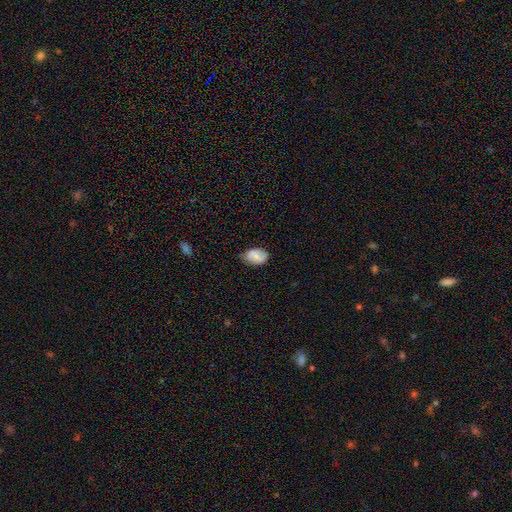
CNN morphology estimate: A smooth galaxy with no disk features (75%) that is in between round and cigar-shaped (87%). Merging: none (74%).